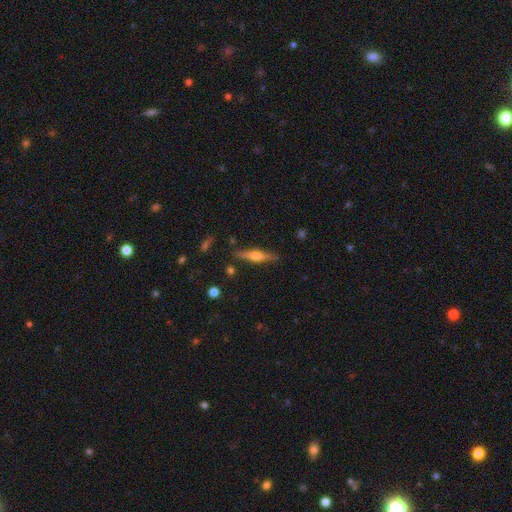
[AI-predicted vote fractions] Smooth or featured? Predicted: featured or disk (p=0.67). Edge-on disk? Predicted: yes (p=0.97). Edge-on bulge? Predicted: rounded (p=0.90). Merging? Predicted: none (p=0.87).